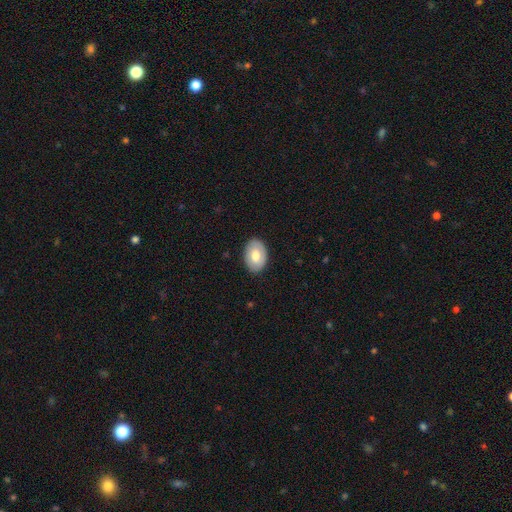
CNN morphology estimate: smooth-or-featured: smooth: 70% | featured or disk: 25% | star or artifact: 6%
  how-rounded: in between: 86% | round: 13% | cigar-shaped: 1%
  merging: none: 86% | minor disturbance: 10% | major disturbance: 2% | merger: 1%